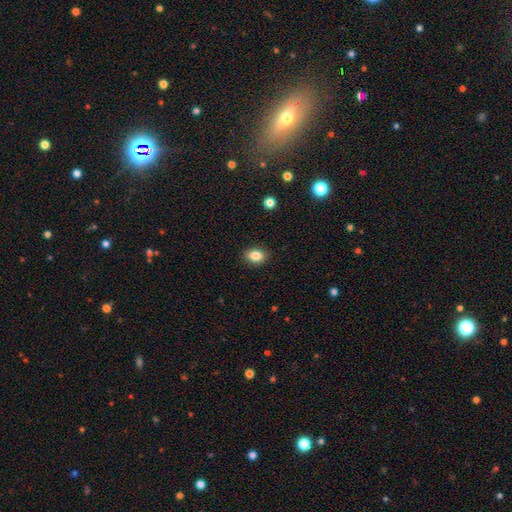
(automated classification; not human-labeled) Morphology: type=smooth (85%); roundness=in between (73%); merging=none (89%).